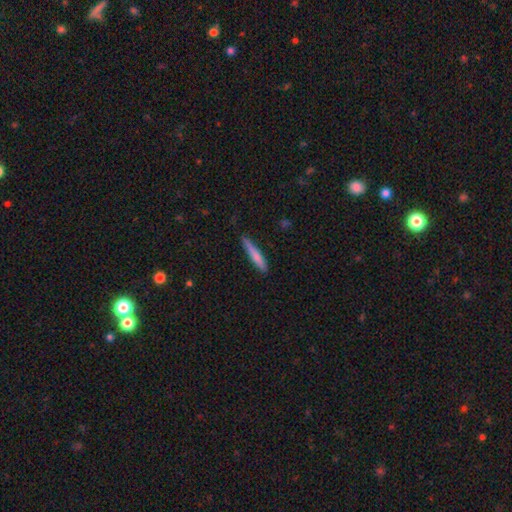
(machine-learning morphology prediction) A smooth galaxy with no disk features (76%) that is cigar-shaped (93%).

Vote fractions:
- Smooth or featured? smooth: 76% / featured or disk: 18% / star or artifact: 6%
- How rounded? cigar-shaped: 93% / in between: 5% / round: 1%
- Merging? none: 83% / minor disturbance: 14% / major disturbance: 2% / merger: 1%